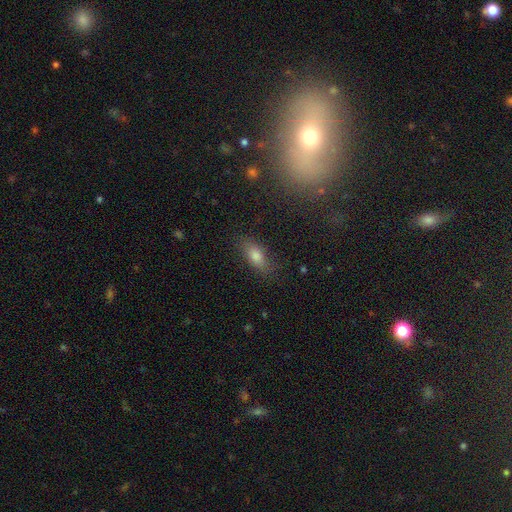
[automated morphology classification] A smooth galaxy with no disk features (74%) that is in between round and cigar-shaped (77%). Merging: none (80%).